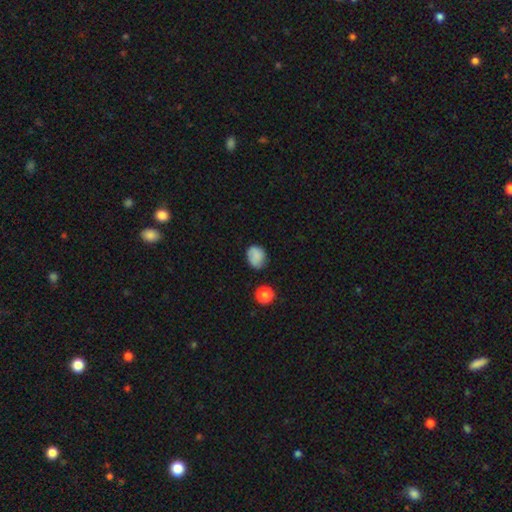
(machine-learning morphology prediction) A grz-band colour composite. It shows a smooth galaxy with no disk features (74%) that is round (53%). Merging: none (69%).